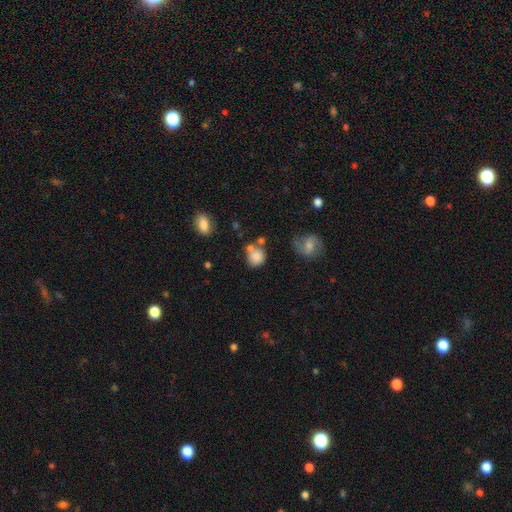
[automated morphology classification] Smooth or featured? Predicted: smooth (p=0.80). How rounded? Predicted: round (p=0.75). Merging? Predicted: none (p=0.45).